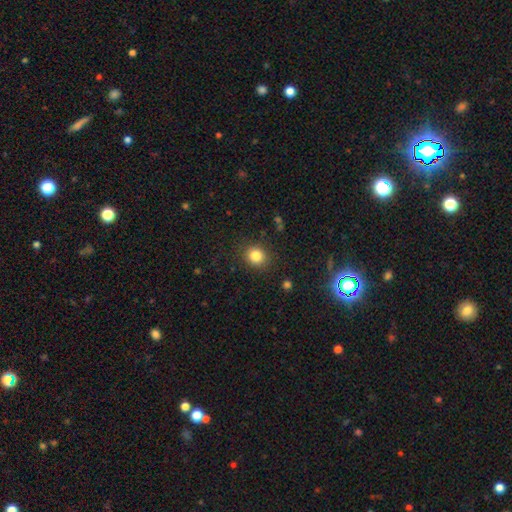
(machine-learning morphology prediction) type=smooth (83%); roundness=round (79%); merging=none (87%).